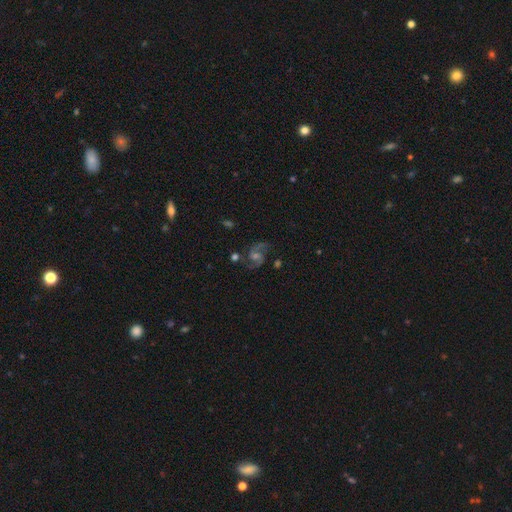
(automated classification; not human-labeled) Morphology: type=featured or disk (84%); edge-on=no (98%); bar=no (44%, tied with weak); spiral arms=yes (97%); winding=medium (59%); arm count=2 (92%); bulge=moderate (47%); merging=none (78%).